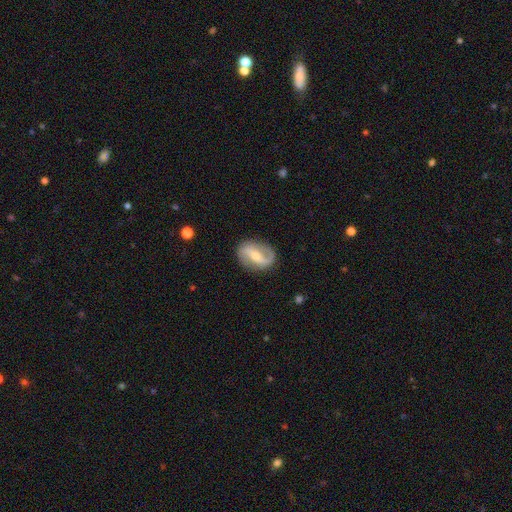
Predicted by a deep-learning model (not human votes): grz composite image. It shows a featured or disk galaxy (78%) with a strong bar (43%), 2 (85%) loose (50%) spiral arms (89%) and a moderate central bulge (49%). Merging: none (82%).